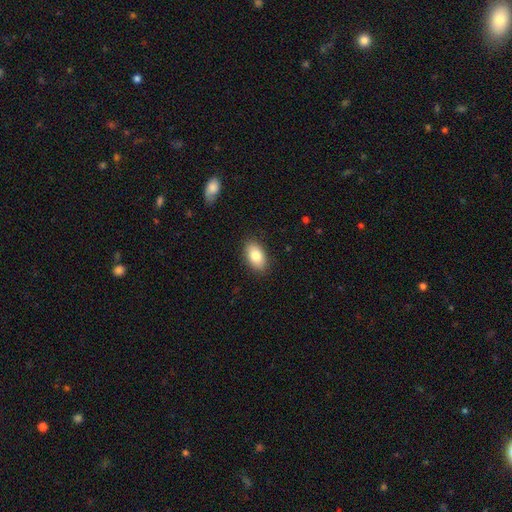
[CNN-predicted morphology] A smooth galaxy with no disk features (82%) that is in between round and cigar-shaped (92%).

Vote fractions:
- Smooth or featured? smooth: 82% / featured or disk: 11% / star or artifact: 7%
- How rounded? in between: 92% / round: 6% / cigar-shaped: 2%
- Merging? none: 88% / minor disturbance: 9% / major disturbance: 2% / merger: 1%